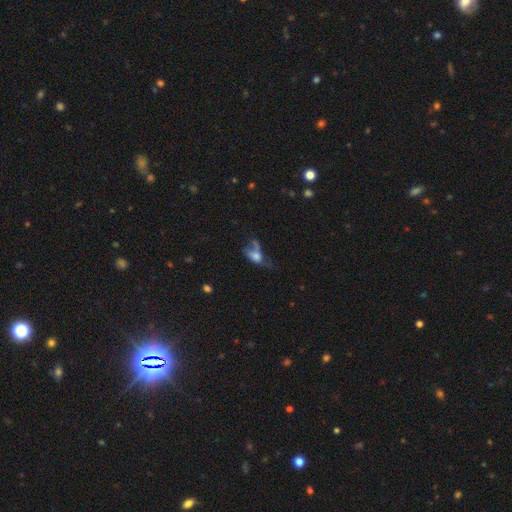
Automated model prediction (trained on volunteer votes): A smooth galaxy with no disk features (48%). Merging: major disturbance (48%).